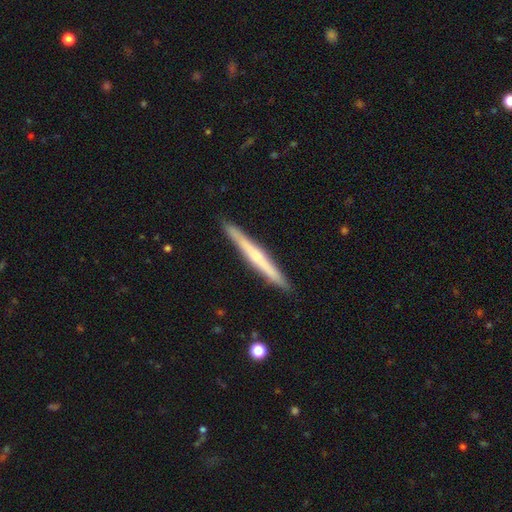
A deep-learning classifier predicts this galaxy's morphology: Q: Smooth or featured?
A: featured or disk (49%); runner-up: smooth (46%)
Q: Merging?
A: none (91%); runner-up: minor disturbance (6%)